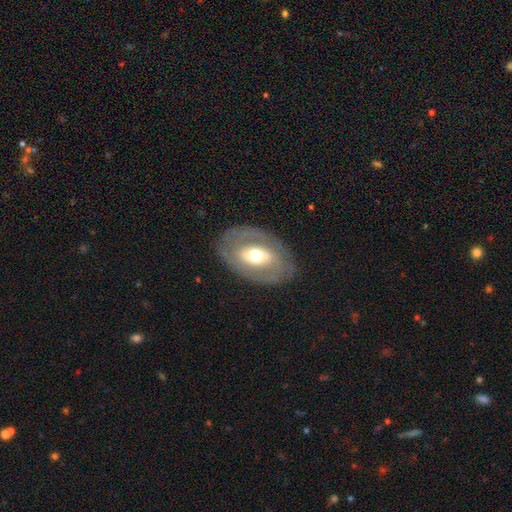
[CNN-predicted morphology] Smooth or featured?
  - featured or disk: 68% *
  - smooth: 26%
  - star or artifact: 6%
Edge-on disk?
  - no: 92% *
  - yes: 8%
Bar?
  - no: 40% *
  - weak: 33%
  - strong: 27%
Spiral arms?
  - no: 54% *
  - yes: 46%
Bulge size?
  - moderate: 68% *
  - small: 17%
  - large: 13%
  - dominant: 1%
  - none: 1%
Merging?
  - none: 80% *
  - minor disturbance: 13%
  - major disturbance: 6%
  - merger: 1%